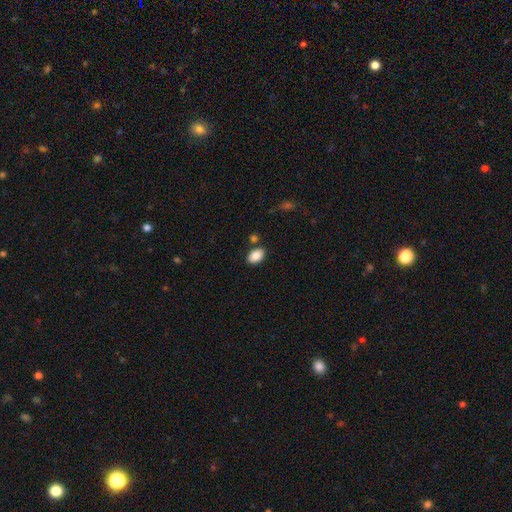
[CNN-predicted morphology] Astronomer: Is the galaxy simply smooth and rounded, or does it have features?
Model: smooth — 88%.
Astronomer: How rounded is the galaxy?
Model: in between — 88%.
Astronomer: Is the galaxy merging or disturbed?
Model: none — 81%.